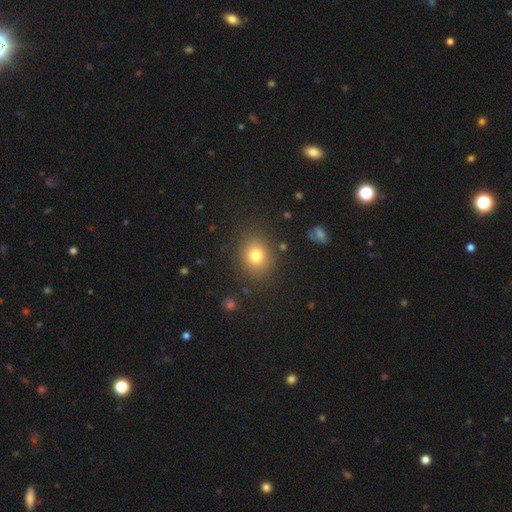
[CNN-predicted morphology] Overall: smooth (78%). How rounded: round (69%; in between 30%). Merging: none (86%).